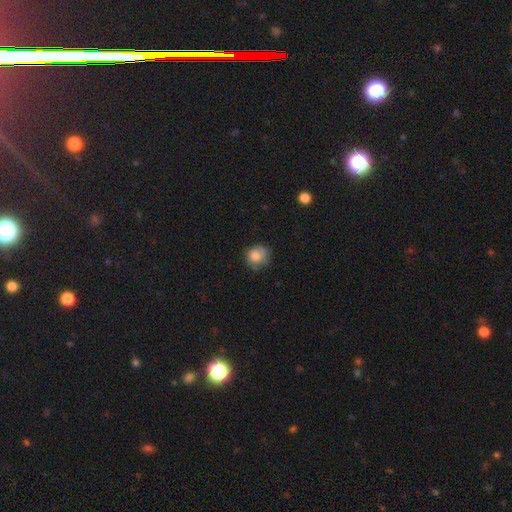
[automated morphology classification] Smooth or featured?
  - smooth: 80% *
  - featured or disk: 11%
  - star or artifact: 9%
How rounded?
  - round: 78% *
  - in between: 21%
  - cigar-shaped: 1%
Merging?
  - none: 62% *
  - minor disturbance: 28%
  - major disturbance: 8%
  - merger: 2%